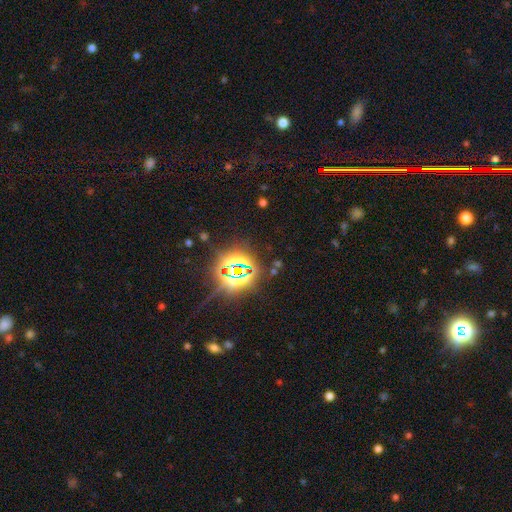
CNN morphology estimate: A star or artifact, not a galaxy (82%).

Vote fractions:
- Smooth or featured? star or artifact: 82% / smooth: 11% / featured or disk: 7%